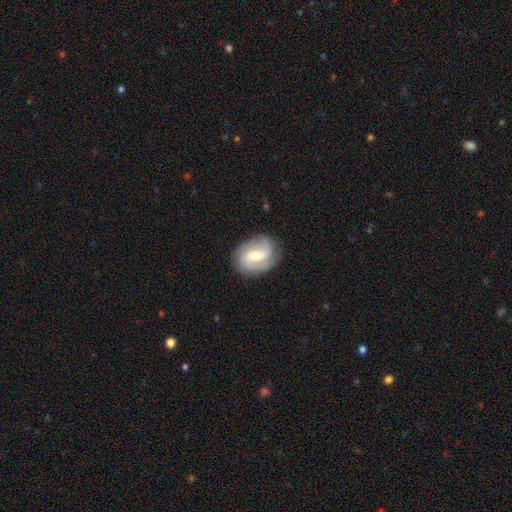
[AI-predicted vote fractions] featured or disk 73%, smooth 21%, star or artifact 6%. Down the decision tree: edge-on disk — no (97%); bar — weak (50%); spiral arms — yes (92%); spiral arm count — 2 (60%); spiral winding — medium (44%); bulge size — moderate (53%); merging — none (80%).